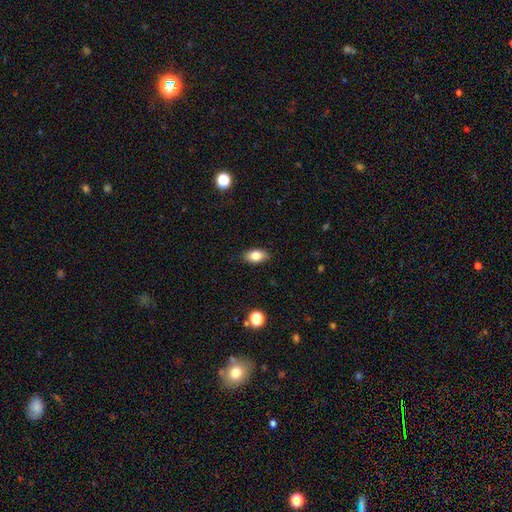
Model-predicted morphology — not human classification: smooth 81%, featured or disk 11%, star or artifact 8%. Down the decision tree: how rounded — in between (90%); merging — none (88%).